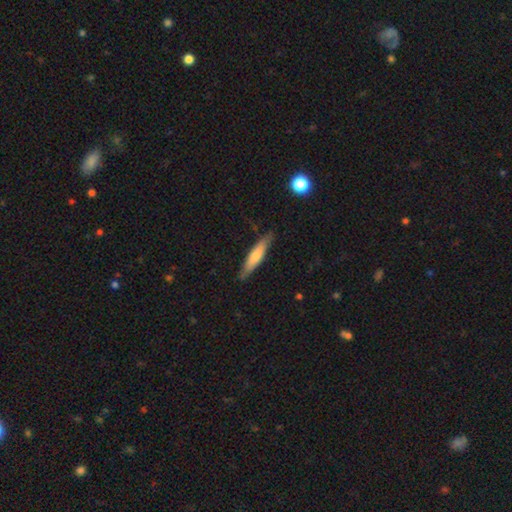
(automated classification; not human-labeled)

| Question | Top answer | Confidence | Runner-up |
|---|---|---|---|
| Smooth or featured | smooth | 66% | featured or disk (29%) |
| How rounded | cigar-shaped | 85% | in between (14%) |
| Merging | none | 84% | minor disturbance (13%) |